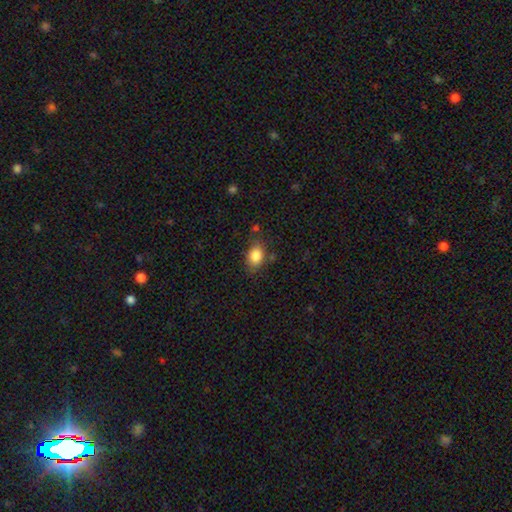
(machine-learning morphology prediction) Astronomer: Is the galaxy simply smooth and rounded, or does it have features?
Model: smooth — 84%.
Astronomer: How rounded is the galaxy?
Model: in between — 74%.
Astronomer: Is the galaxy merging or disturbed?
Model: none — 70%.